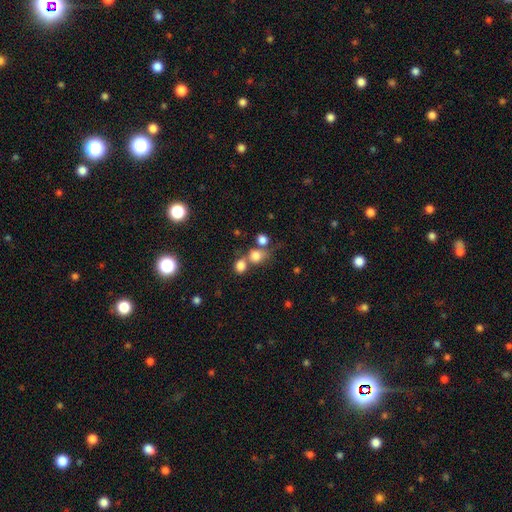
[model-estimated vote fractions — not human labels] smooth 77%, star or artifact 13%, featured or disk 9%. Down the decision tree: how rounded — round (68%); merging — merger (43%).